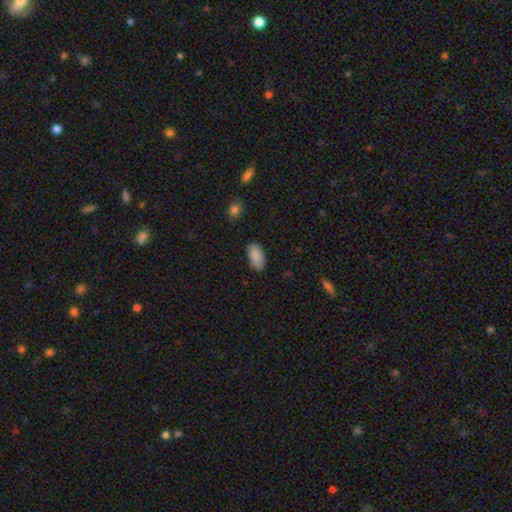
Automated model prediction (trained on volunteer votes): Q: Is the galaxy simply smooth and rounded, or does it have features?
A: smooth — 88%.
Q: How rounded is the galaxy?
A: in between — 94%.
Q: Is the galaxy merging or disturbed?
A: none — 82%.